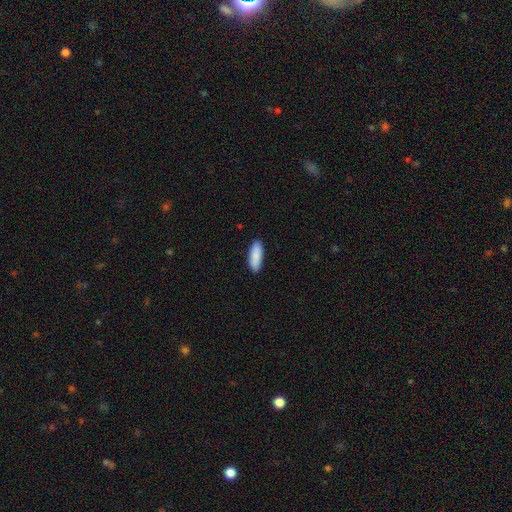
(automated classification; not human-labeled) This appears to be a smooth galaxy with no disk features (89%) that is in between round and cigar-shaped (69%). Merging: none (90%).